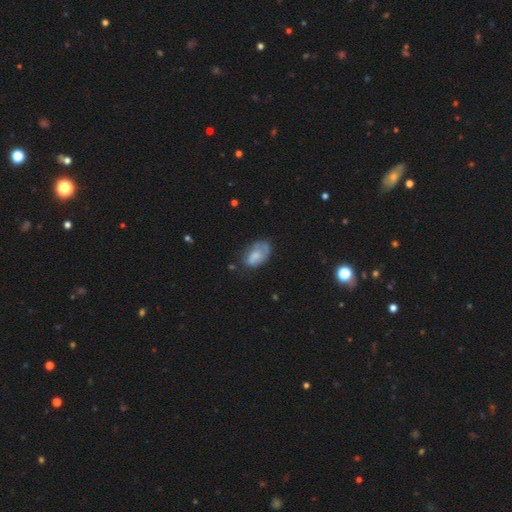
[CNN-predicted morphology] Q: Smooth or featured?
A: smooth (56%); runner-up: featured or disk (36%)
Q: How rounded?
A: in between (89%); runner-up: round (9%)
Q: Merging?
A: none (47%); runner-up: minor disturbance (31%)